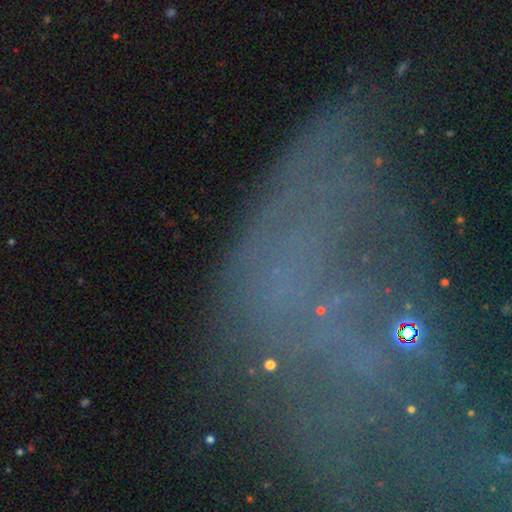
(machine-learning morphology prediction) smooth-or-featured: star or artifact: 50% | featured or disk: 31% | smooth: 19%